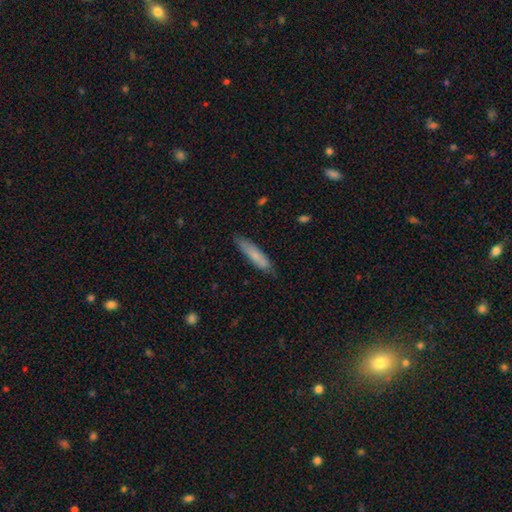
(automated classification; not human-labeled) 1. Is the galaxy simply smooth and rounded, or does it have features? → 75% smooth, 19% featured or disk, 6% star or artifact.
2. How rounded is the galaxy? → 83% cigar-shaped, 16% in between, 1% round.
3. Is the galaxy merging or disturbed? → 78% none, 17% minor disturbance, 3% major disturbance, 1% merger.